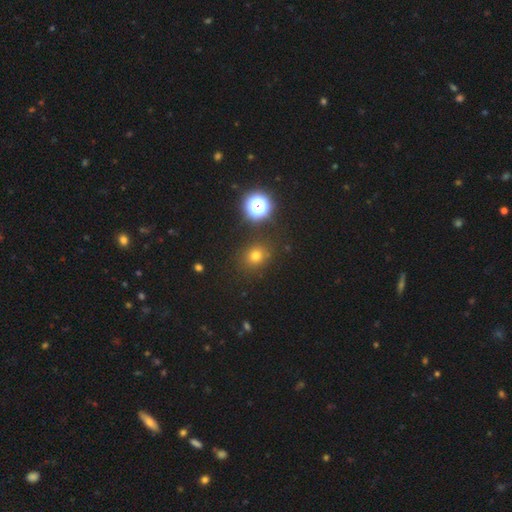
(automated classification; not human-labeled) A smooth galaxy with no disk features (71%) that is round (80%). Merging: none (87%).